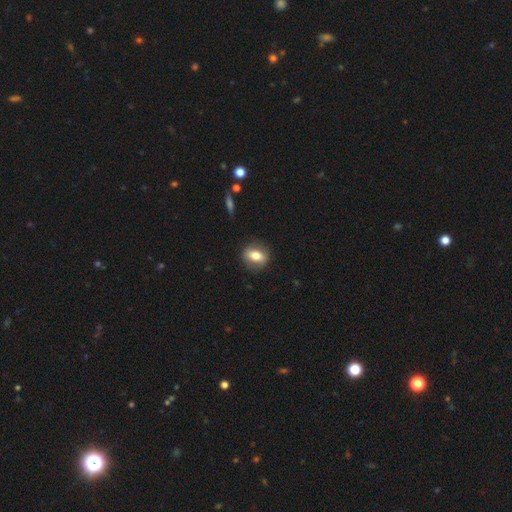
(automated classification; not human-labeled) This is likely a smooth galaxy (67%). How rounded: possibly in between (54%). Merging: clearly none (84%).